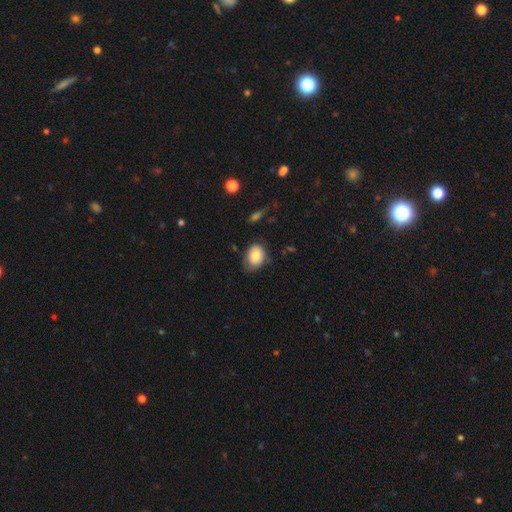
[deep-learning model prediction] The model was most divided on "how rounded": in between: 67%, round: 32%, cigar-shaped: 1%. More confident: smooth or featured — smooth (80%); merging — none (67%).